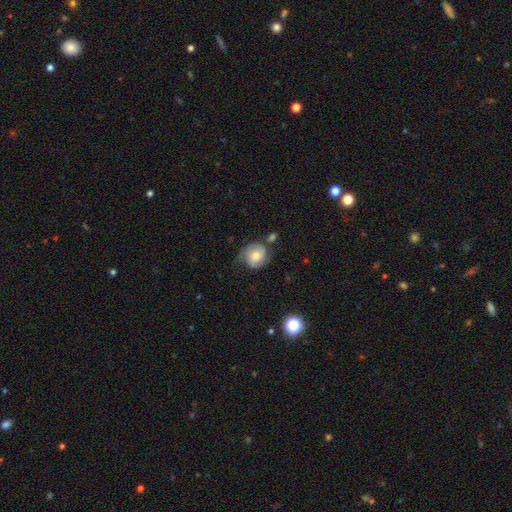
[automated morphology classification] Smooth or featured?
  - featured or disk: 49% *
  - smooth: 43%
  - star or artifact: 8%
Merging?
  - none: 54% *
  - minor disturbance: 27%
  - major disturbance: 13%
  - merger: 6%